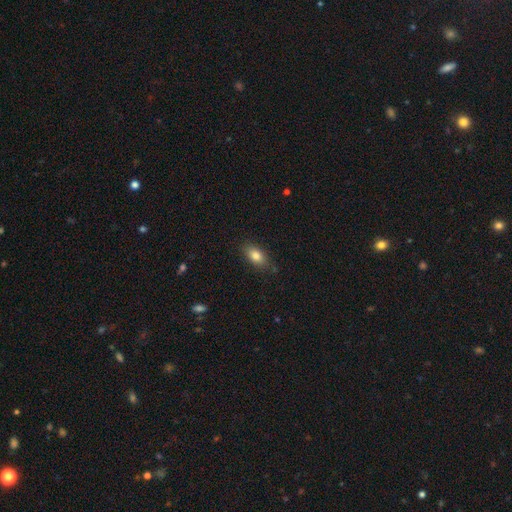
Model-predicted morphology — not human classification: Smooth or featured? Predicted: smooth (p=0.83). How rounded? Predicted: in between (p=0.88). Merging? Predicted: none (p=0.81).